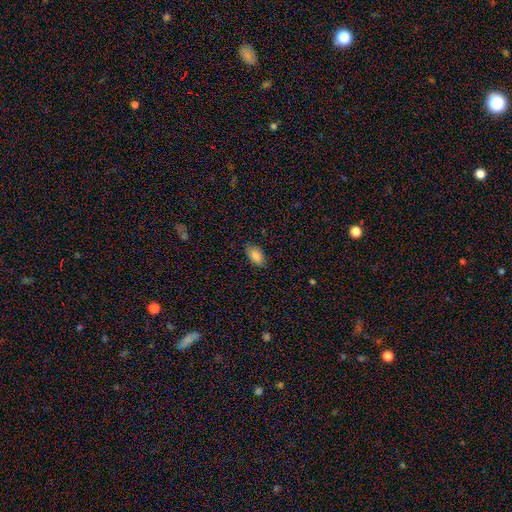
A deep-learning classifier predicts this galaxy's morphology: The model was most divided on "merging": none: 84%, minor disturbance: 12%, major disturbance: 2%, merger: 1%. More confident: how rounded — in between (92%); smooth or featured — smooth (85%).